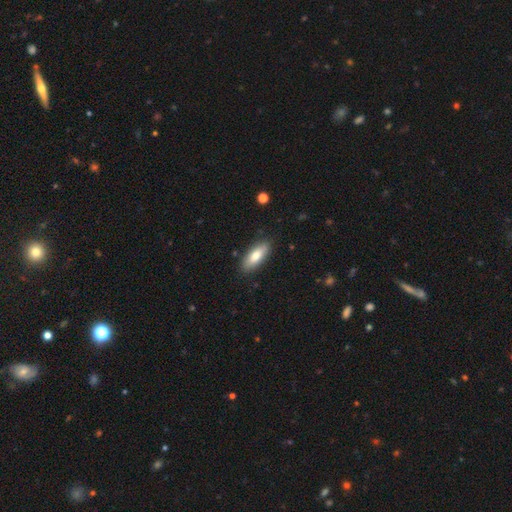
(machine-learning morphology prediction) The model was most divided on "how rounded": in between: 71%, cigar-shaped: 27%, round: 2%. More confident: merging — none (85%); smooth or featured — smooth (78%).